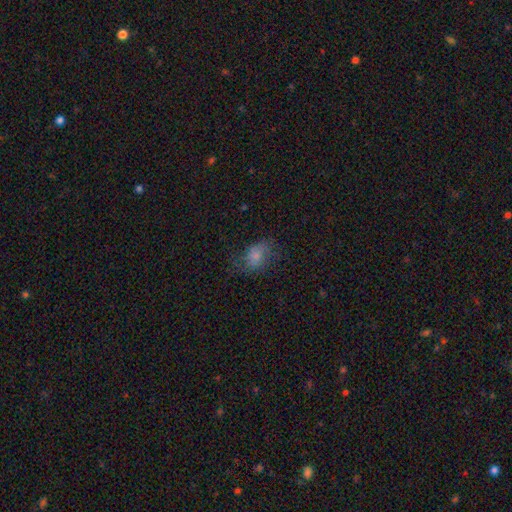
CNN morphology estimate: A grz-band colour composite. It shows a smooth galaxy with no disk features (62%) that is in between round and cigar-shaped (73%). Merging: none (53%).